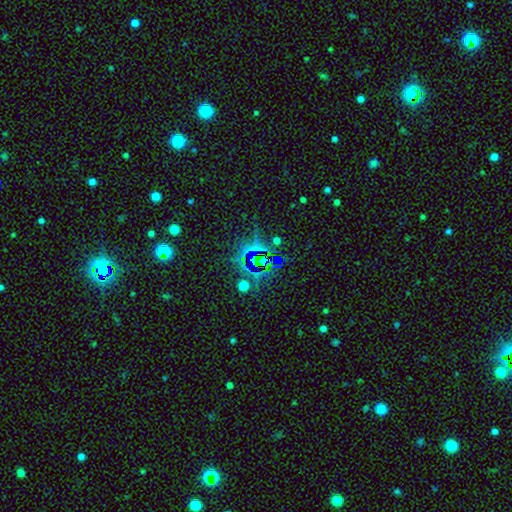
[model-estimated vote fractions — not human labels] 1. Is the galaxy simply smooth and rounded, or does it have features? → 76% star or artifact, 12% smooth, 12% featured or disk.